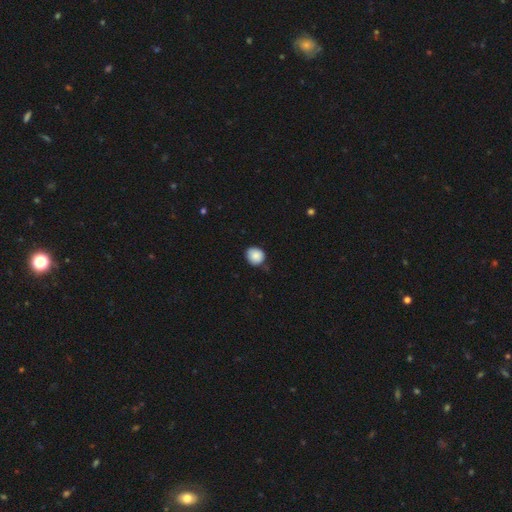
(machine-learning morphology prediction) The model was most divided on "merging": none: 79%, minor disturbance: 17%, major disturbance: 2%, merger: 2%. More confident: smooth or featured — smooth (87%); how rounded — round (86%).